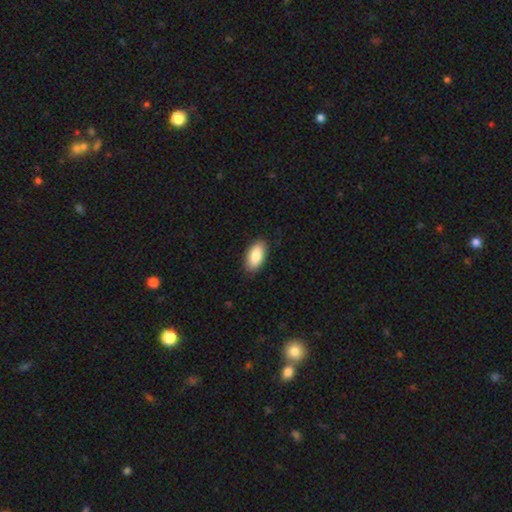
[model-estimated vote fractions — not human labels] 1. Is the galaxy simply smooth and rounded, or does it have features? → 87% smooth, 7% featured or disk, 6% star or artifact.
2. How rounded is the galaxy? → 94% in between, 4% cigar-shaped, 2% round.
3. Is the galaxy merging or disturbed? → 88% none, 9% minor disturbance, 2% major disturbance, 1% merger.